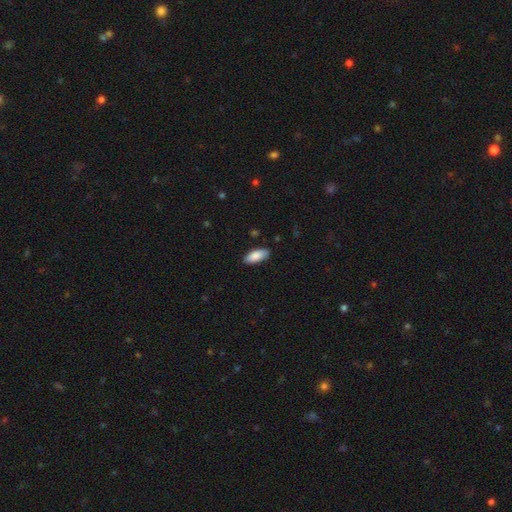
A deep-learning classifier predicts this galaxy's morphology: A smooth galaxy with no disk features (87%) that is in between round and cigar-shaped (82%). Merging: none (86%).